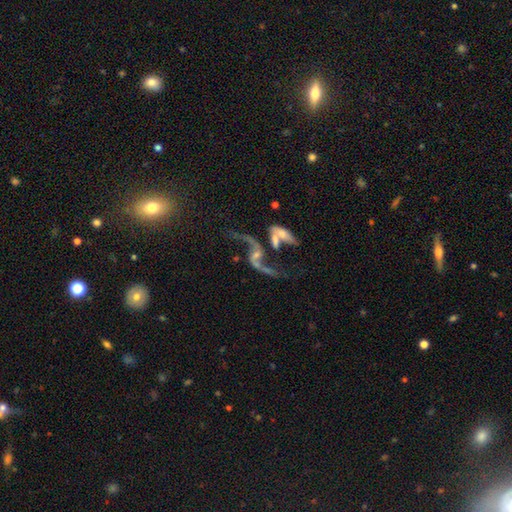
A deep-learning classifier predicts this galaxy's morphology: Q: Smooth or featured?
A: featured or disk (85%); runner-up: star or artifact (9%)
Q: Edge-on disk?
A: no (94%); runner-up: yes (6%)
Q: Bar?
A: no (49%); runner-up: weak (35%)
Q: Spiral arms?
A: yes (91%); runner-up: no (9%)
Q: Spiral winding?
A: loose (89%); runner-up: medium (8%)
Q: Spiral arm count?
A: 2 (88%); runner-up: 1 (6%)
Q: Bulge size?
A: small (49%); runner-up: moderate (27%)
Q: Merging?
A: merger (41%); runner-up: none (30%)